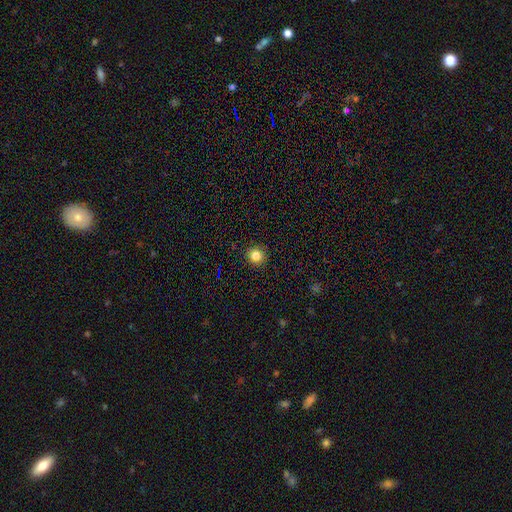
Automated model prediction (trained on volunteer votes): A smooth galaxy with no disk features (83%) that is round (91%). Merging: none (91%).